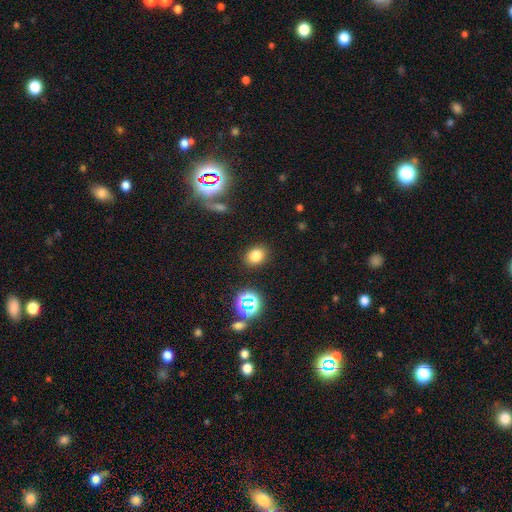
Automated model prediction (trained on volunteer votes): Smooth or featured?
  - smooth: 78% *
  - star or artifact: 15%
  - featured or disk: 7%
How rounded?
  - in between: 51% *
  - round: 48%
  - cigar-shaped: 1%
Merging?
  - none: 87% *
  - minor disturbance: 8%
  - major disturbance: 3%
  - merger: 2%